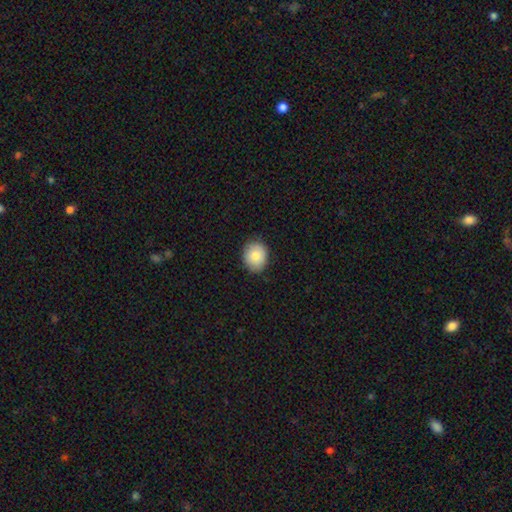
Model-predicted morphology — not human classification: Smooth or featured: smooth — 81% (featured or disk — 11%)
How rounded: round — 65% (in between — 34%)
Merging: none — 84% (minor disturbance — 13%)